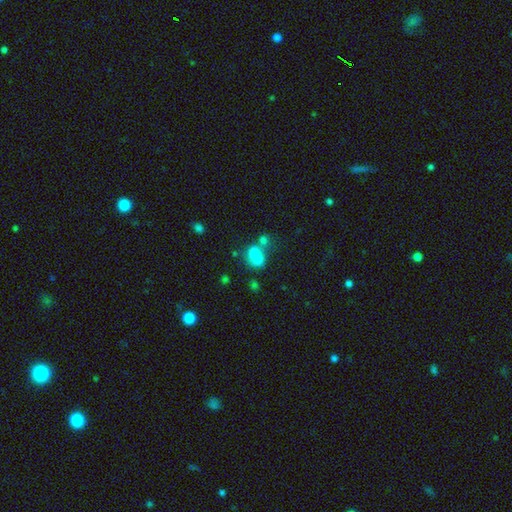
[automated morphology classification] Smooth or featured? smooth (67%)
How rounded? in between (72%)
Merging? none (42%)